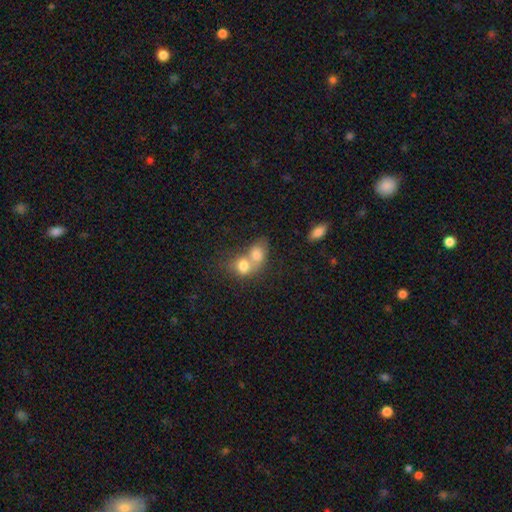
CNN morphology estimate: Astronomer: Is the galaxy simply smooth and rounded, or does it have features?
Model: smooth — 72%.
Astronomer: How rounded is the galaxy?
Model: round — 53% (runner-up: in between, 45%).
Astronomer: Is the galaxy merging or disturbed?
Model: merger — 74%.